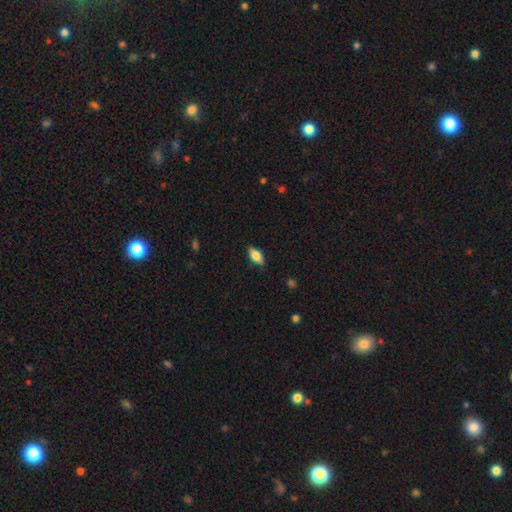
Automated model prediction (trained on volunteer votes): Smooth or featured? smooth (72%)
How rounded? in between (85%)
Merging? none (85%)